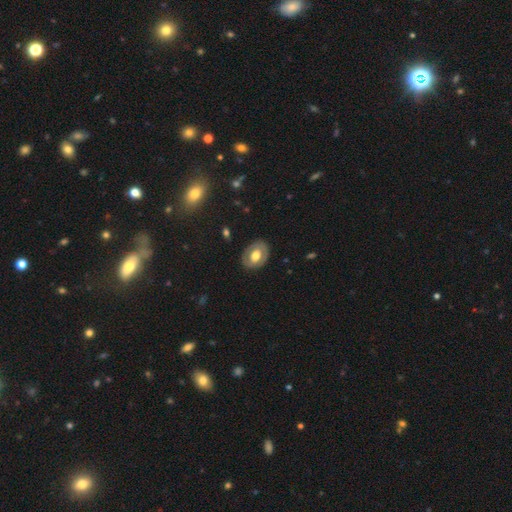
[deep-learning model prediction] The model was most divided on "smooth or featured": smooth: 50%, featured or disk: 44%, star or artifact: 6%. More confident: merging — none (82%).